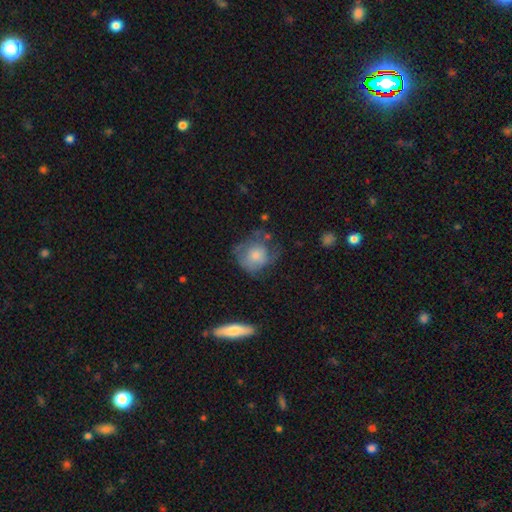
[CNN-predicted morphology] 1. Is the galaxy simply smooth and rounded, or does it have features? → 60% smooth, 32% featured or disk, 8% star or artifact.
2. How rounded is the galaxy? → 76% round, 23% in between, 1% cigar-shaped.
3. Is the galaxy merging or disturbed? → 41% none, 30% minor disturbance, 26% major disturbance, 3% merger.